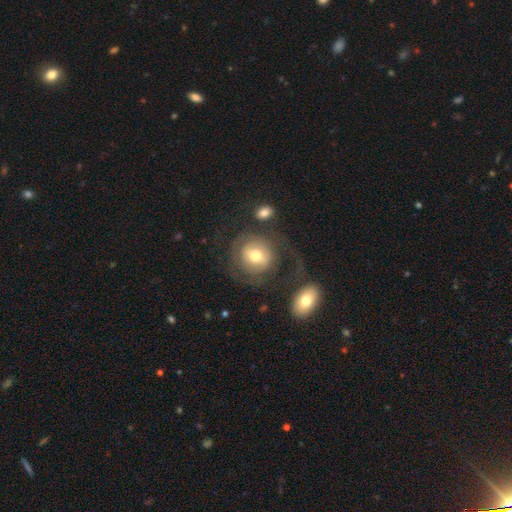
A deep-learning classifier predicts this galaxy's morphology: Smooth or featured? featured or disk (46%, tied with smooth)
Merging? none (55%)